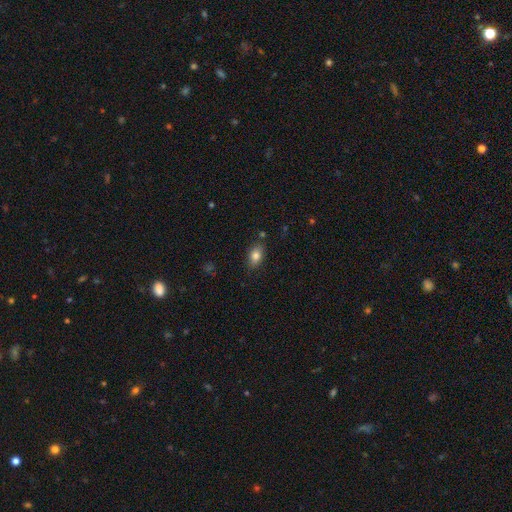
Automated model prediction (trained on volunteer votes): Smooth or featured? Predicted: smooth (p=0.82). How rounded? Predicted: in between (p=0.86). Merging? Predicted: none (p=0.83).